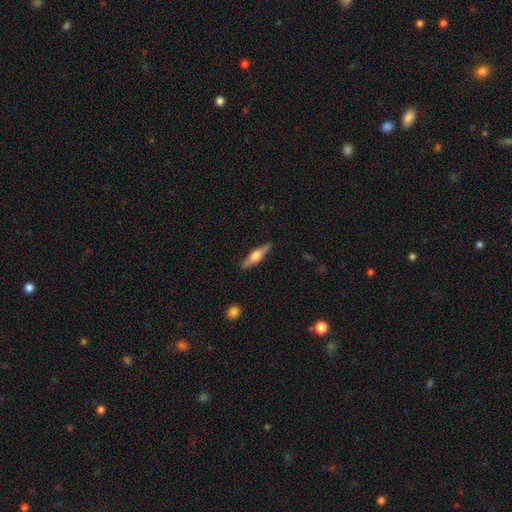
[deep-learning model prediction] The model was most divided on "smooth or featured": featured or disk: 62%, smooth: 33%, star or artifact: 5%. More confident: edge-on disk — yes (96%); edge-on bulge — rounded (89%); merging — none (88%).